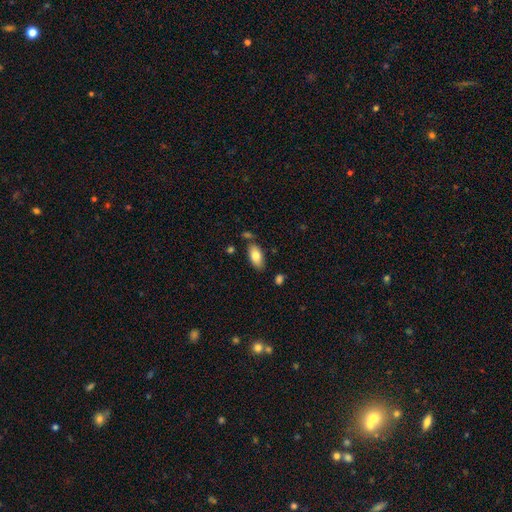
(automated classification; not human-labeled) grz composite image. It shows a smooth galaxy with no disk features (79%) that is in between round and cigar-shaped (92%). Merging: none (77%).